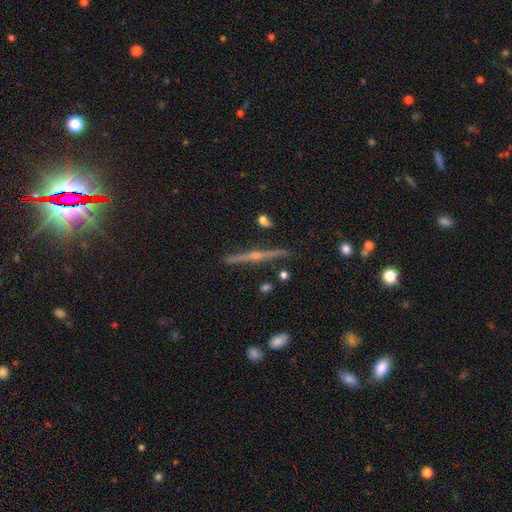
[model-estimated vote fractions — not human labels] Smooth or featured?
  - featured or disk: 67% *
  - star or artifact: 19%
  - smooth: 15%
Edge-on disk?
  - yes: 95% *
  - no: 5%
Edge-on bulge?
  - rounded: 85% *
  - none: 9%
  - boxy: 6%
Merging?
  - none: 86% *
  - minor disturbance: 9%
  - merger: 3%
  - major disturbance: 3%